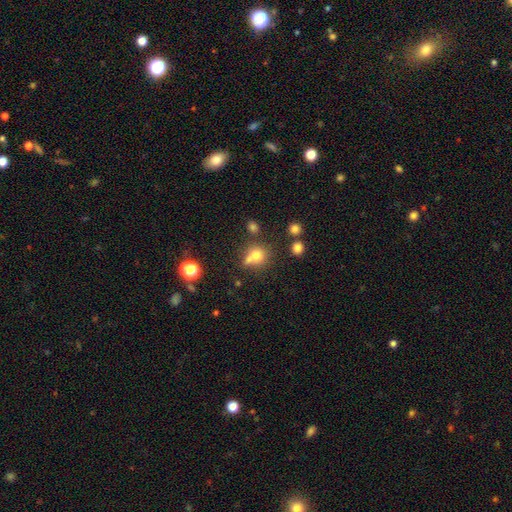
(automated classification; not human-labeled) Smooth or featured? smooth (72%)
How rounded? round (83%)
Merging? none (49%)